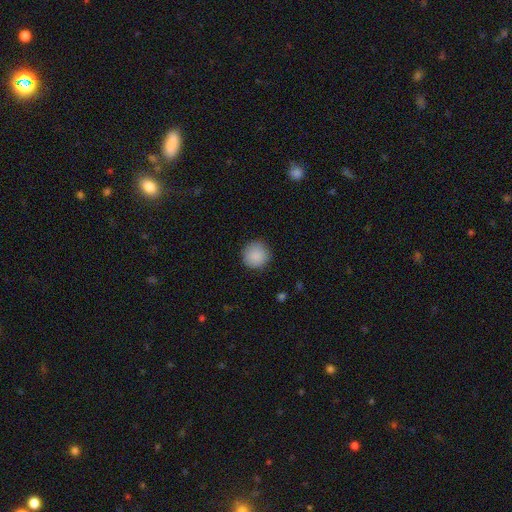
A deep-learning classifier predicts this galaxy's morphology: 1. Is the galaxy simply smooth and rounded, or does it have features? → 89% smooth, 7% star or artifact, 4% featured or disk.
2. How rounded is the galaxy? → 95% round, 5% in between, 1% cigar-shaped.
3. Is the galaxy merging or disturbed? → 89% none, 8% minor disturbance, 2% major disturbance, 1% merger.